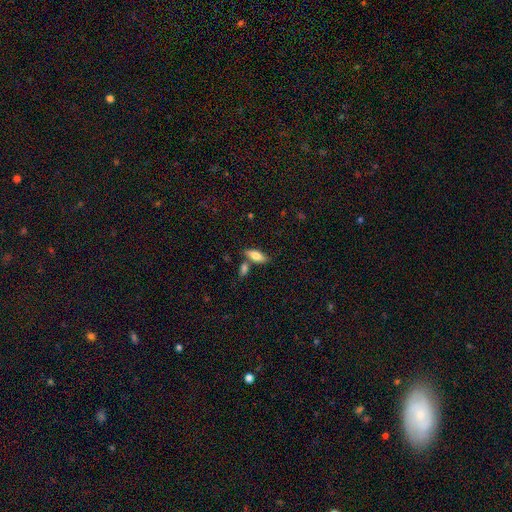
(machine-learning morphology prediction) This is likely a smooth galaxy (76%). How rounded: likely in between (75%). Merging: likely none (68%).